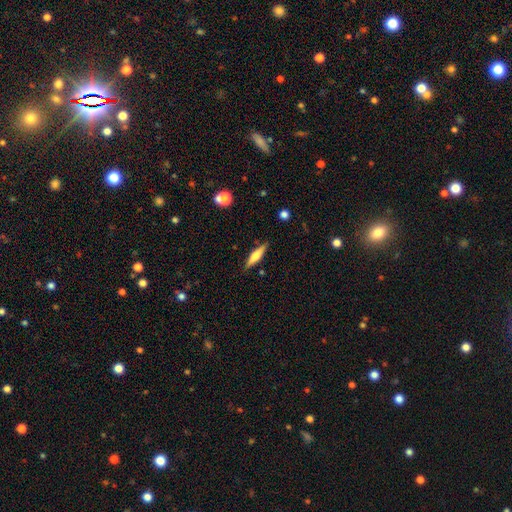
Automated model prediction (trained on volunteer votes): This is possibly a smooth galaxy (50%). How rounded: likely cigar-shaped (75%). Merging: clearly none (86%).